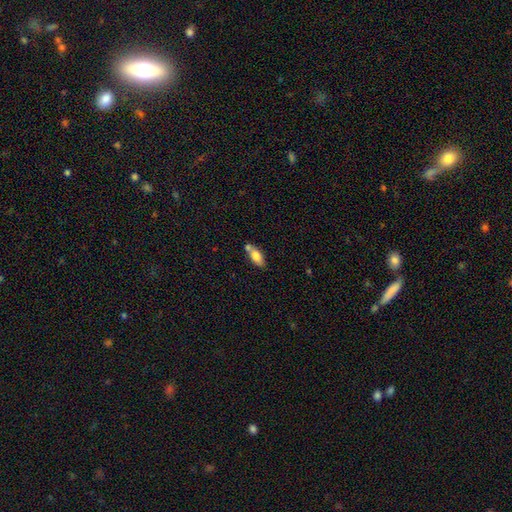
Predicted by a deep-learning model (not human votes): Smooth or featured: smooth — 77% (featured or disk — 16%)
How rounded: in between — 84% (cigar-shaped — 12%)
Merging: none — 47% (merger — 33%)